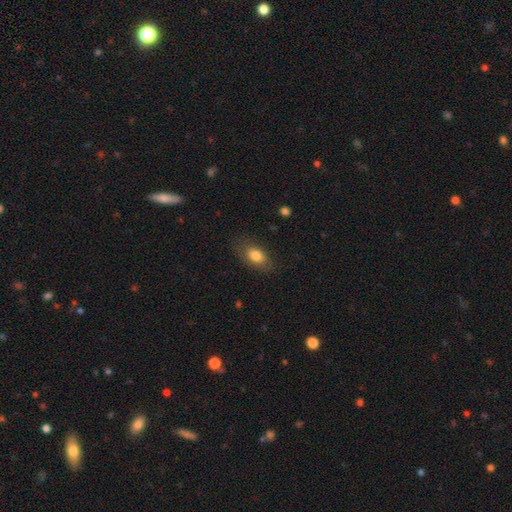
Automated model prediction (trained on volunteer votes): Smooth or featured? Predicted: smooth (p=0.80). How rounded? Predicted: in between (p=0.89). Merging? Predicted: none (p=0.77).